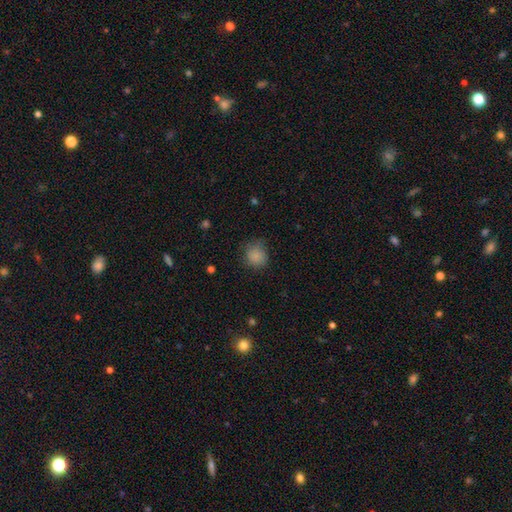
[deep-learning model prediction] smooth 84%, star or artifact 10%, featured or disk 5%. Down the decision tree: how rounded — round (81%); merging — none (71%).